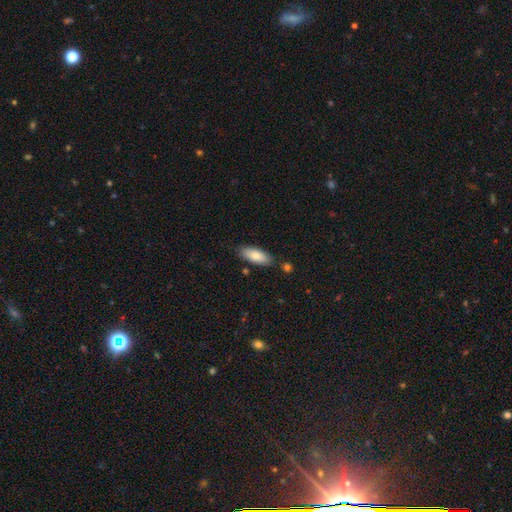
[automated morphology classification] Q: Smooth or featured?
A: smooth (78%); runner-up: featured or disk (16%)
Q: How rounded?
A: in between (81%); runner-up: cigar-shaped (17%)
Q: Merging?
A: none (82%); runner-up: minor disturbance (12%)